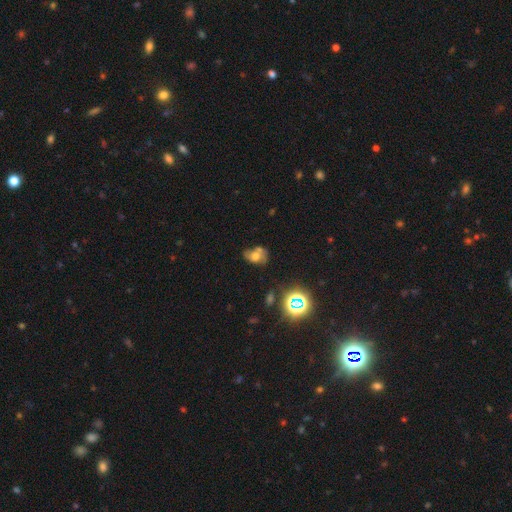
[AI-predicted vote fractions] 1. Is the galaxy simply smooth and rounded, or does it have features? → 47% smooth, 34% featured or disk, 19% star or artifact.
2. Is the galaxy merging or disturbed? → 34% none, 28% merger, 23% minor disturbance, 15% major disturbance.